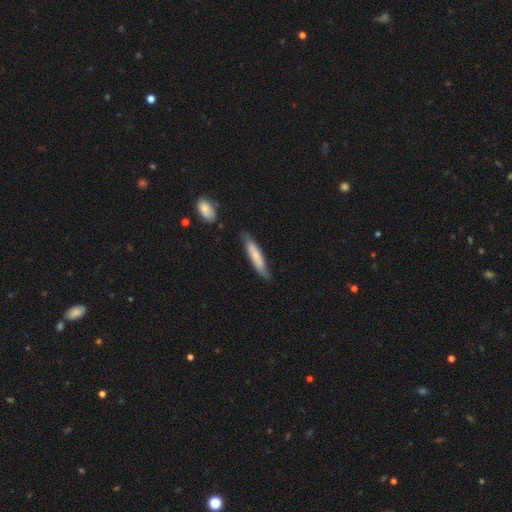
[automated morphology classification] This is likely a smooth galaxy (67%). How rounded: clearly cigar-shaped (86%). Merging: likely none (74%).